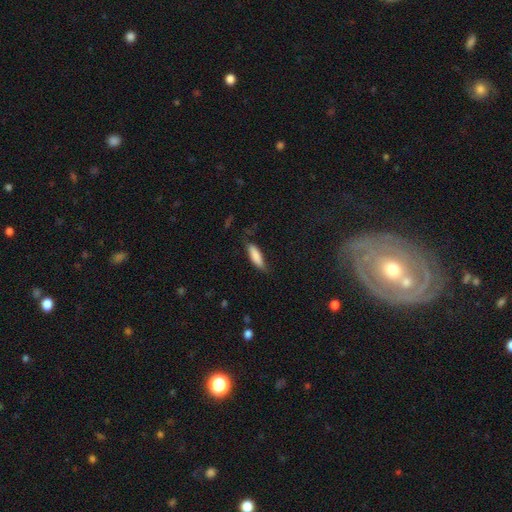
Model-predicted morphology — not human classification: Q: Smooth or featured?
A: smooth (83%); runner-up: featured or disk (10%)
Q: How rounded?
A: cigar-shaped (52%); runner-up: in between (46%)
Q: Merging?
A: none (67%); runner-up: minor disturbance (25%)